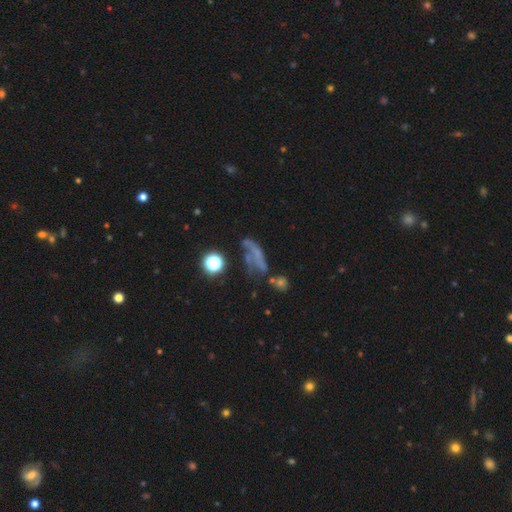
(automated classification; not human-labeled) This appears to be a featured or disk galaxy (41%). Merging: none (33%).